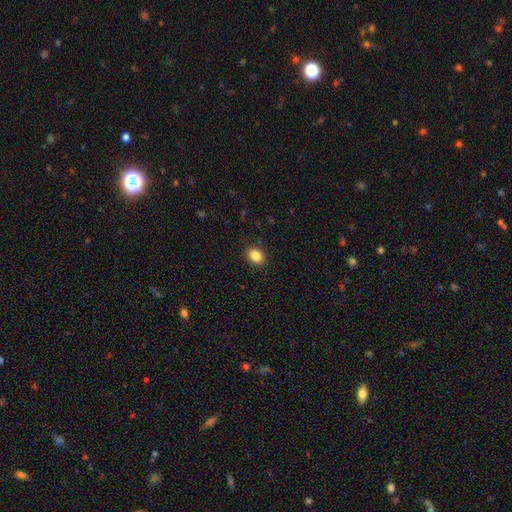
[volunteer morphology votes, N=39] Smooth or featured? 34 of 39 (87%) said smooth. How rounded? 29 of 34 (85%) said in between. Merging? 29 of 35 (83%) said none.